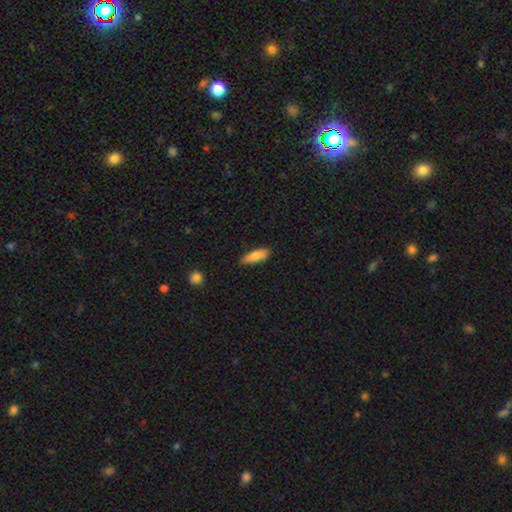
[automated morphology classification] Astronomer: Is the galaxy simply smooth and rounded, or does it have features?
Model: smooth — 80%.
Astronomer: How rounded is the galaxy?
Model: in between — 51% (runner-up: cigar-shaped, 47%).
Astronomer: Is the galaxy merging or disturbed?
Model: none — 83%.